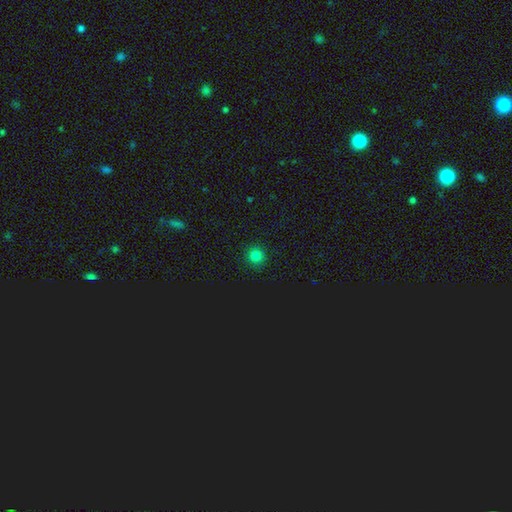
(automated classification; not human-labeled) Q: Smooth or featured?
A: smooth (79%); runner-up: star or artifact (17%)
Q: How rounded?
A: round (93%); runner-up: in between (6%)
Q: Merging?
A: none (91%); runner-up: minor disturbance (6%)